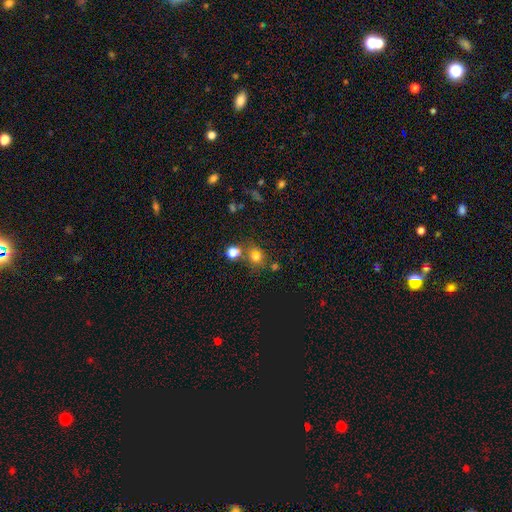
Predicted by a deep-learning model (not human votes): The model was most divided on "merging": none: 61%, merger: 22%, minor disturbance: 12%, major disturbance: 6%. More confident: how rounded — round (77%); smooth or featured — smooth (73%).